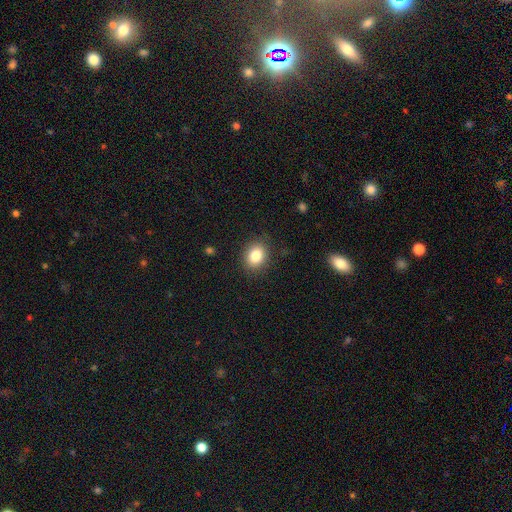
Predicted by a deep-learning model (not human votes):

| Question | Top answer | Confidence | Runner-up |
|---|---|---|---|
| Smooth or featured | smooth | 83% | star or artifact (10%) |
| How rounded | round | 54% | in between (45%) |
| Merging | none | 87% | minor disturbance (10%) |